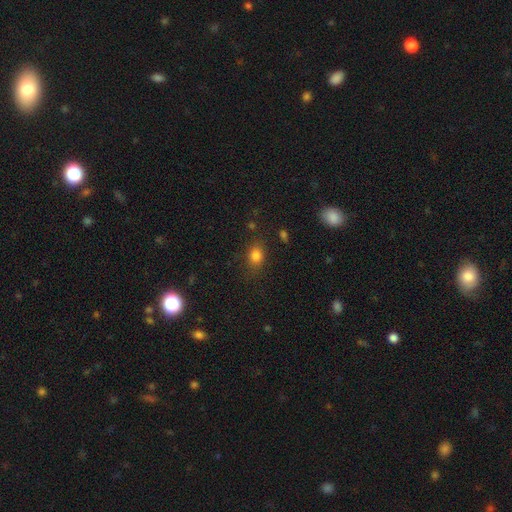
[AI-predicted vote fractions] A smooth galaxy with no disk features (80%) that is in between round and cigar-shaped (59%).

Vote fractions:
- Smooth or featured? smooth: 80% / star or artifact: 13% / featured or disk: 7%
- How rounded? in between: 59% / round: 39% / cigar-shaped: 2%
- Merging? none: 78% / minor disturbance: 15% / major disturbance: 5% / merger: 2%